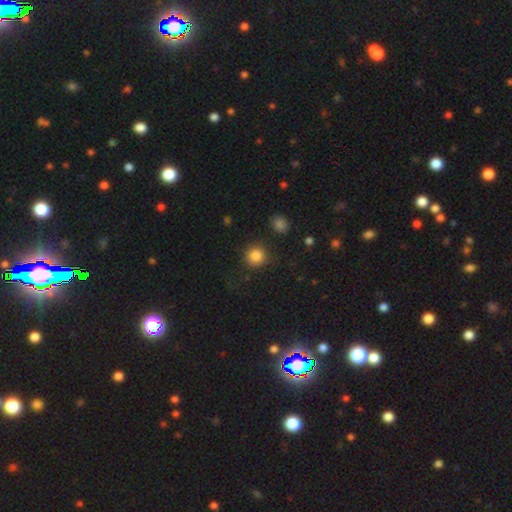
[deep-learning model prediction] Q: Smooth or featured?
A: smooth (84%); runner-up: star or artifact (11%)
Q: How rounded?
A: round (92%); runner-up: in between (7%)
Q: Merging?
A: none (83%); runner-up: minor disturbance (10%)